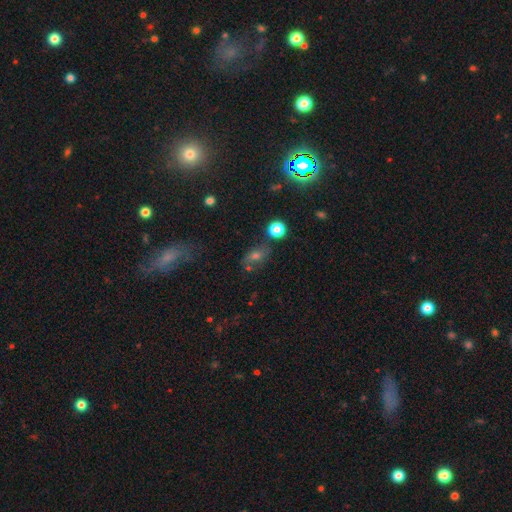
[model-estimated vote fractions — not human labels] The model was most divided on "smooth or featured": smooth: 50%, star or artifact: 27%, featured or disk: 24%. More confident: merging — none (62%).